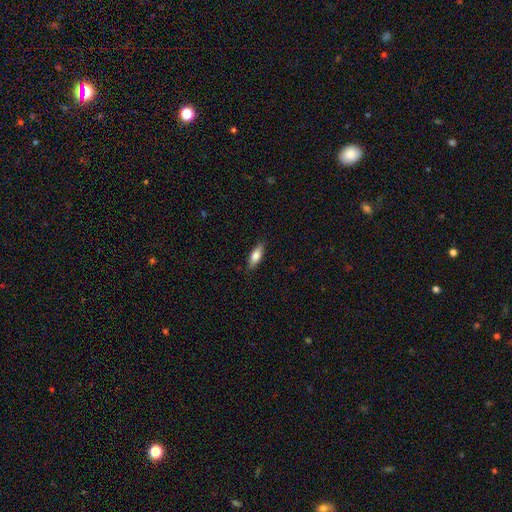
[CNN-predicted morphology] This is likely a smooth galaxy (75%). How rounded: likely in between (65%). Merging: clearly none (86%).